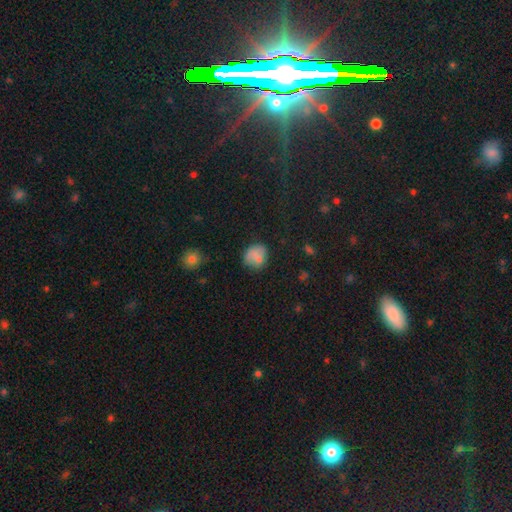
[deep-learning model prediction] smooth 76%, featured or disk 12%, star or artifact 12%. Down the decision tree: how rounded — round (72%); merging — none (60%).